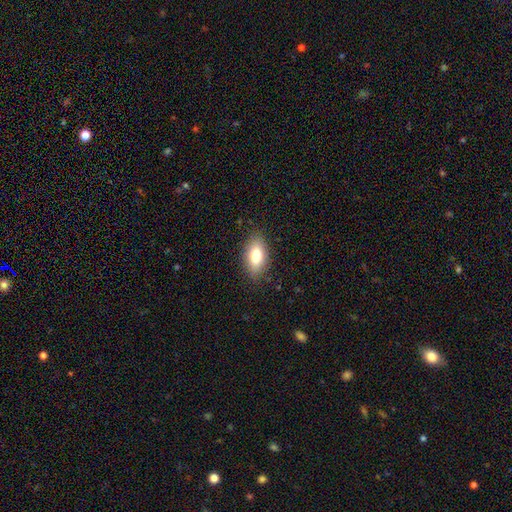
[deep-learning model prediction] This appears to be a smooth galaxy with no disk features (77%) that is in between round and cigar-shaped (89%). Merging: none (86%).